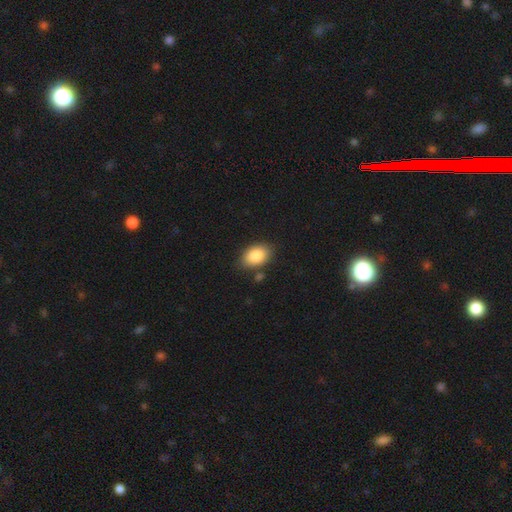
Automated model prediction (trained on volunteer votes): Overall: smooth (86%). How rounded: in between (88%). Merging: none (79%).